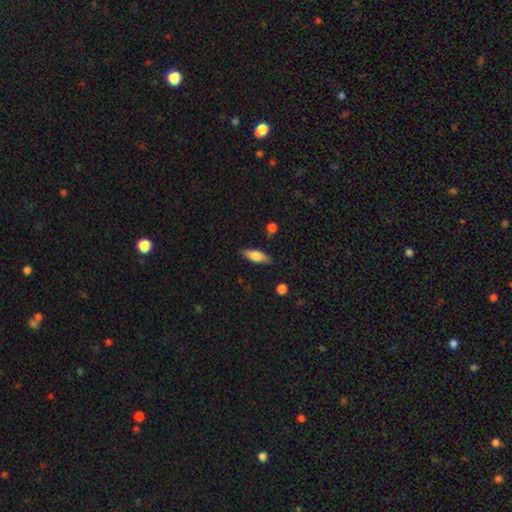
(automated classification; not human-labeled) Q: Smooth or featured?
A: smooth (71%); runner-up: featured or disk (22%)
Q: How rounded?
A: in between (62%); runner-up: cigar-shaped (35%)
Q: Merging?
A: none (82%); runner-up: minor disturbance (13%)